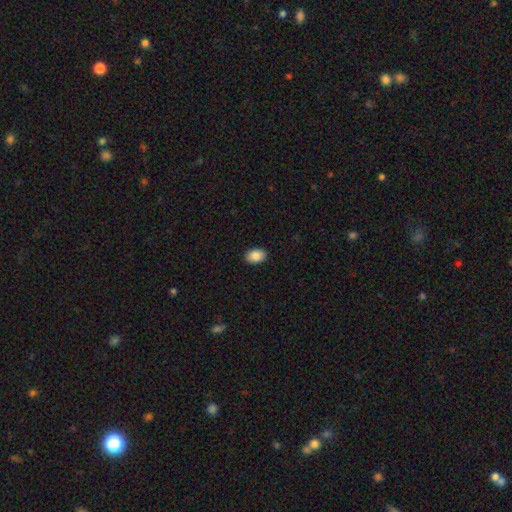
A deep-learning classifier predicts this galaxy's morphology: Smooth or featured? Predicted: smooth (p=0.88). How rounded? Predicted: in between (p=0.84). Merging? Predicted: none (p=0.90).